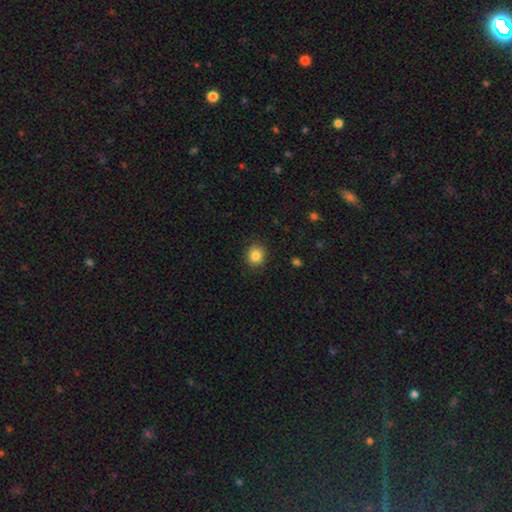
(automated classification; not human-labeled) Morphology: type=smooth (84%); roundness=round (82%); merging=none (90%).